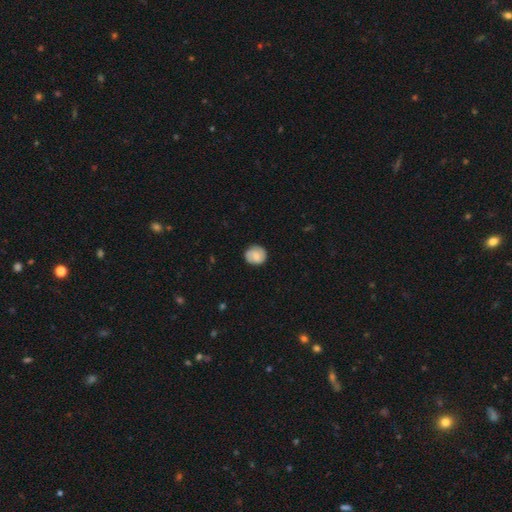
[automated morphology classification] smooth-or-featured: smooth: 62% | featured or disk: 31% | star or artifact: 7%
  how-rounded: round: 86% | in between: 13% | cigar-shaped: 1%
  merging: none: 83% | minor disturbance: 13% | major disturbance: 3% | merger: 1%